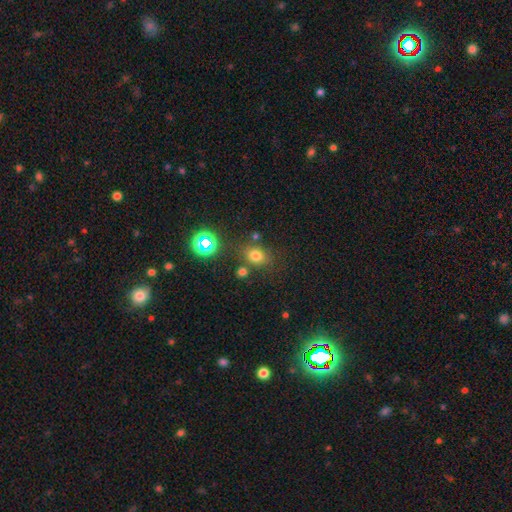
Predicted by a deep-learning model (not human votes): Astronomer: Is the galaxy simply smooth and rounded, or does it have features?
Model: smooth — 70%.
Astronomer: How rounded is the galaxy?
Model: in between — 50% (runner-up: round, 49%).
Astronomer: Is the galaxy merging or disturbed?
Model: none — 71%.